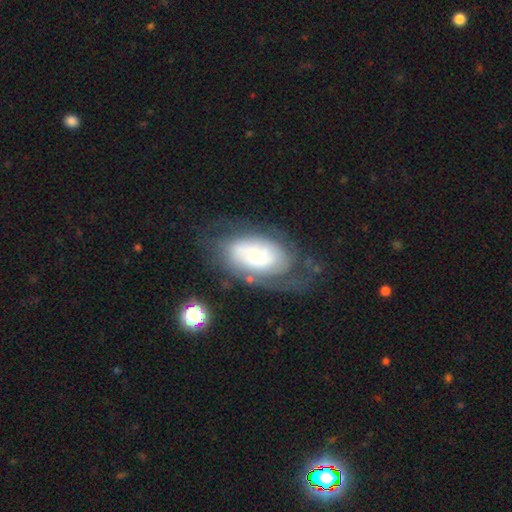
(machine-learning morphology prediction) This appears to be a featured or disk galaxy (65%) with no bar (73%), spiral arms (78%) and a small central bulge (45%). Merging: none (56%).